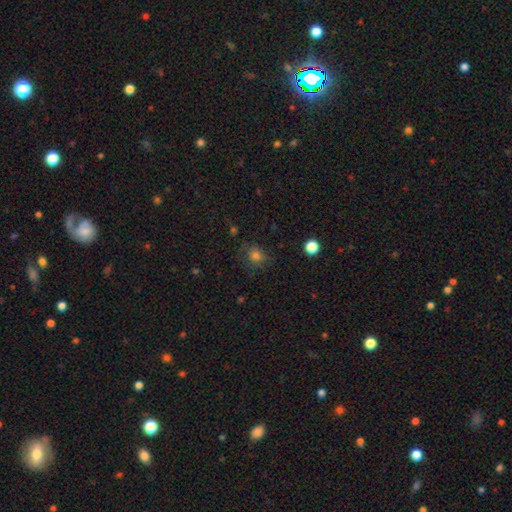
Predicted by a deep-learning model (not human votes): Smooth or featured: smooth — 73% (star or artifact — 16%)
How rounded: round — 75% (in between — 24%)
Merging: none — 71% (minor disturbance — 19%)